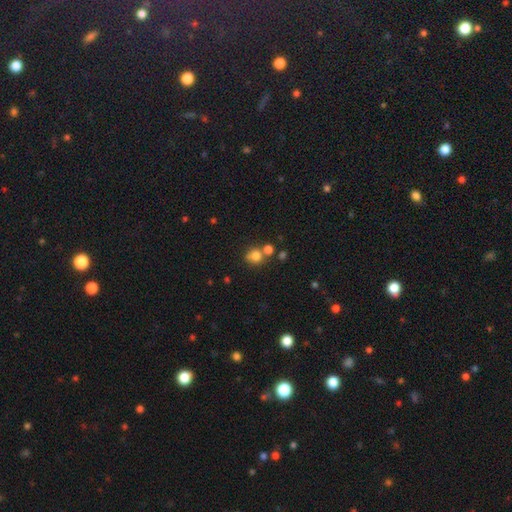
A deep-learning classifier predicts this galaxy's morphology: Smooth or featured? smooth (79%)
How rounded? round (78%)
Merging? none (56%)